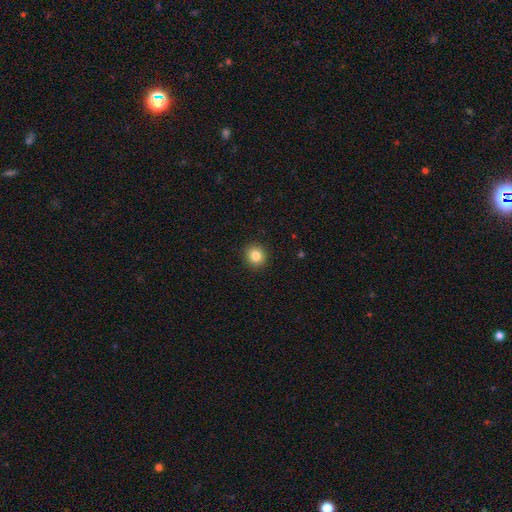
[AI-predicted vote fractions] Smooth or featured?
  - smooth: 84% *
  - star or artifact: 11%
  - featured or disk: 6%
How rounded?
  - round: 87% *
  - in between: 12%
  - cigar-shaped: 1%
Merging?
  - none: 92% *
  - minor disturbance: 5%
  - major disturbance: 2%
  - merger: 1%